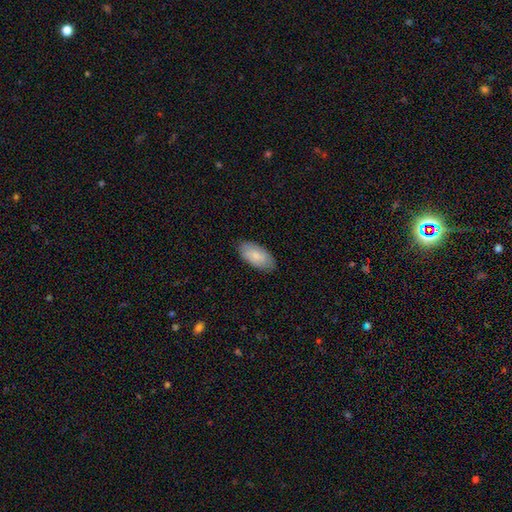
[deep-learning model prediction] A smooth galaxy with no disk features (80%) that is in between round and cigar-shaped (95%). Merging: none (84%).